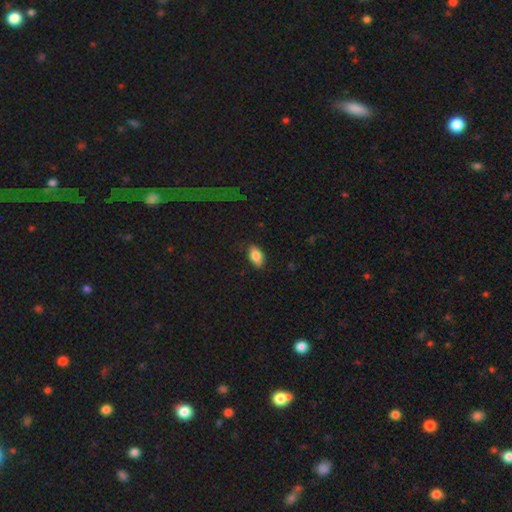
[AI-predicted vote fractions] This is clearly a smooth galaxy (84%). How rounded: clearly in between (91%). Merging: clearly none (82%).